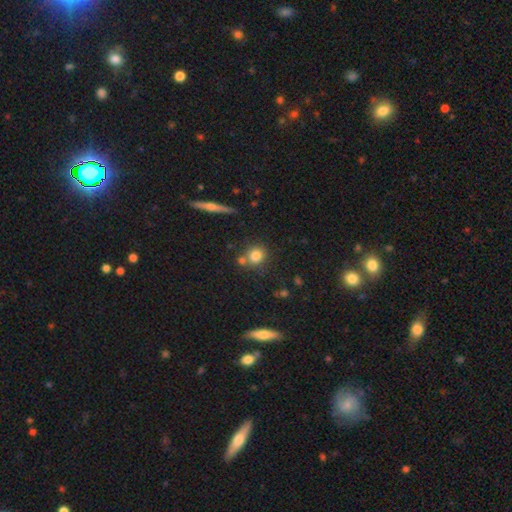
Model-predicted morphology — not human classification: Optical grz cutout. It shows a smooth galaxy with no disk features (79%) that is round (82%). Merging: none (67%).